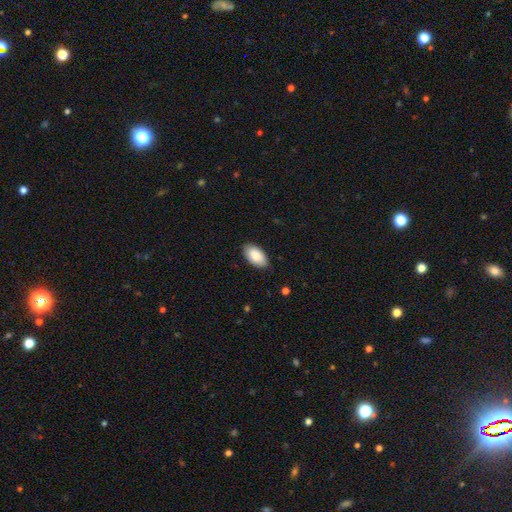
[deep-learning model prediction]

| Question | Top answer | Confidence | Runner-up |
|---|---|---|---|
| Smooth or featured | smooth | 88% | featured or disk (6%) |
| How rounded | in between | 96% | round (3%) |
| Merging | none | 87% | minor disturbance (10%) |